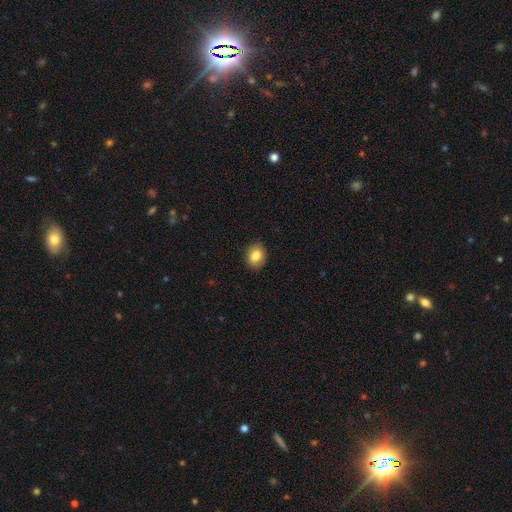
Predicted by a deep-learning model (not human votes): Smooth or featured?
  - smooth: 84% *
  - star or artifact: 9%
  - featured or disk: 8%
How rounded?
  - in between: 56% *
  - round: 43%
  - cigar-shaped: 1%
Merging?
  - none: 89% *
  - minor disturbance: 8%
  - major disturbance: 2%
  - merger: 1%